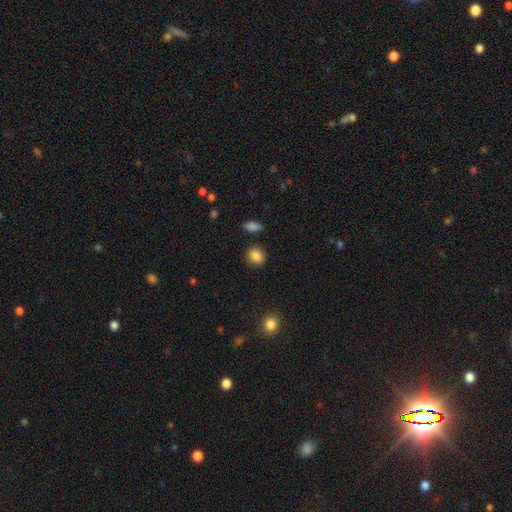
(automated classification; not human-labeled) Smooth or featured? smooth (87%)
How rounded? round (72%)
Merging? none (88%)